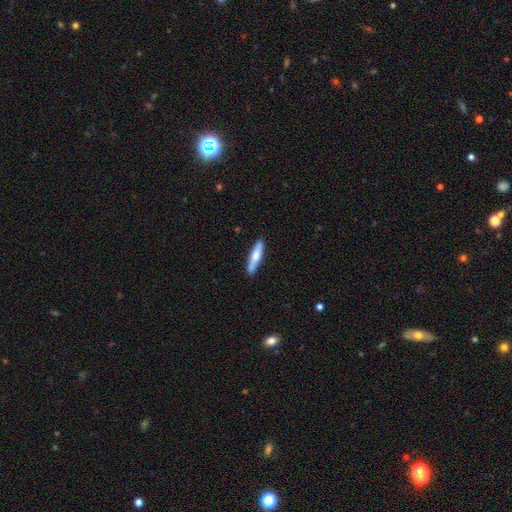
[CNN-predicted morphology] A smooth galaxy with no disk features (67%) that is cigar-shaped (82%). Merging: none (85%).